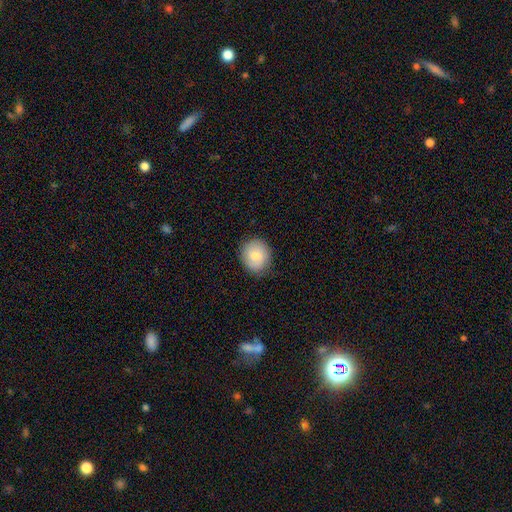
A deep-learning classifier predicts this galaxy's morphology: Q: Smooth or featured?
A: smooth (77%); runner-up: featured or disk (16%)
Q: How rounded?
A: round (78%); runner-up: in between (21%)
Q: Merging?
A: none (84%); runner-up: minor disturbance (13%)